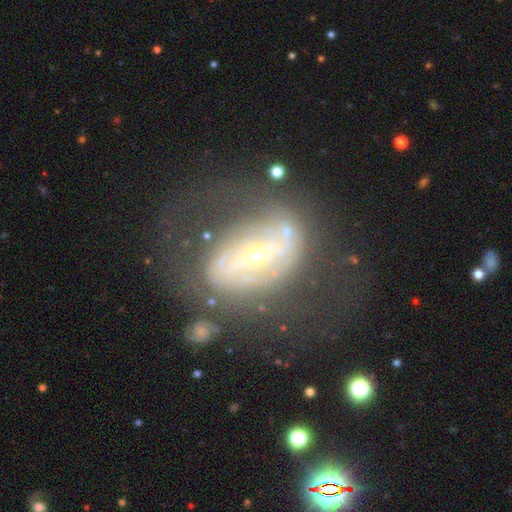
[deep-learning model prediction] Overall: featured or disk (80%). Edge-on disk: no (93%). Bar: strong (50%; weak 29%). Spiral arms: yes (68%; no 32%). Spiral arm count: 2 (56%; can't tell 29%). Spiral winding: tight (39%; medium 37%). Bulge size: small (72%). Merging: none (44%; major disturbance 31%).